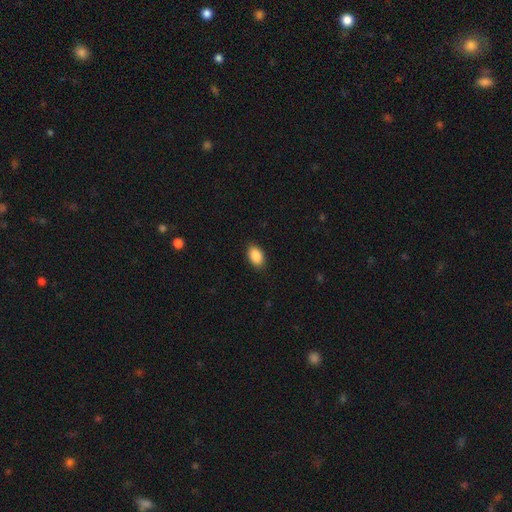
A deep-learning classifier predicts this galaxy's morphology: This appears to be a smooth galaxy with no disk features (89%) that is in between round and cigar-shaped (90%). Merging: none (88%).